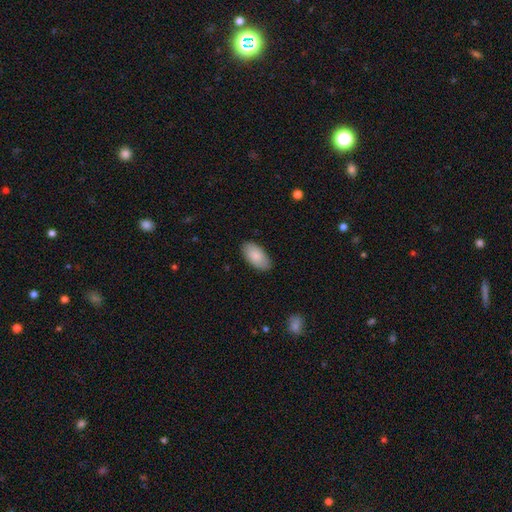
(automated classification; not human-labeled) Overall: smooth (86%). How rounded: in between (95%). Merging: none (87%).